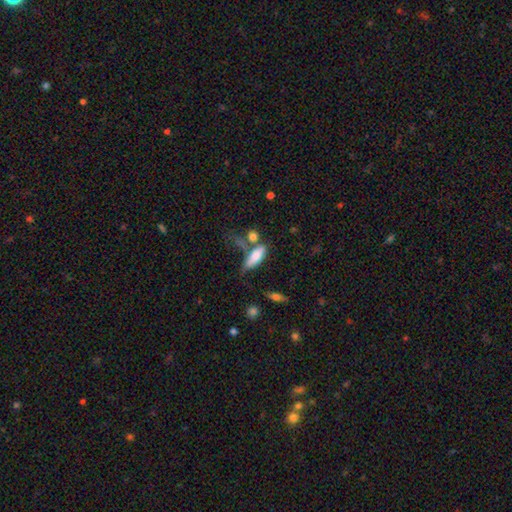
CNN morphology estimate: A smooth galaxy with no disk features (73%) that is in between round and cigar-shaped (63%).

Vote fractions:
- Smooth or featured? smooth: 73% / featured or disk: 19% / star or artifact: 8%
- How rounded? in between: 63% / cigar-shaped: 34% / round: 3%
- Merging? none: 37% / merger: 26% / minor disturbance: 21% / major disturbance: 16%